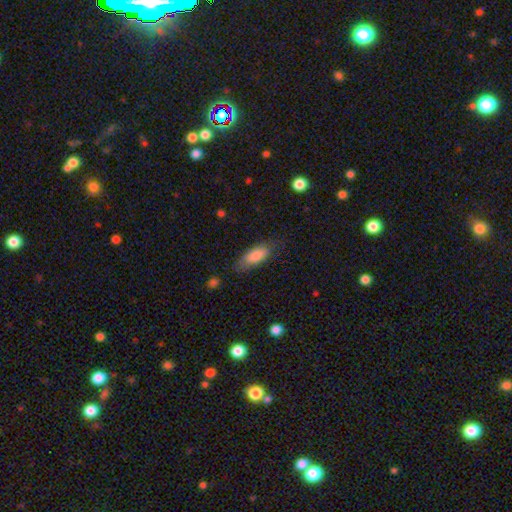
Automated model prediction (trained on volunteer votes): The model was most divided on "how rounded": in between: 73%, cigar-shaped: 25%, round: 2%. More confident: smooth or featured — smooth (84%); merging — none (76%).